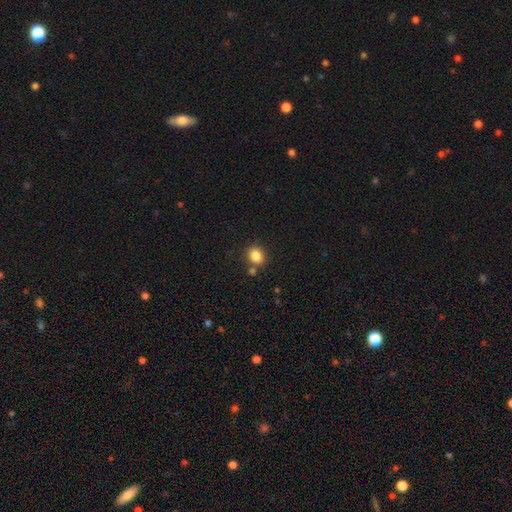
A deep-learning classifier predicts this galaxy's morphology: A smooth galaxy with no disk features (85%) that is round (55%).

Vote fractions:
- Smooth or featured? smooth: 85% / star or artifact: 10% / featured or disk: 5%
- How rounded? round: 55% / in between: 44% / cigar-shaped: 1%
- Merging? none: 76% / merger: 11% / minor disturbance: 11% / major disturbance: 3%